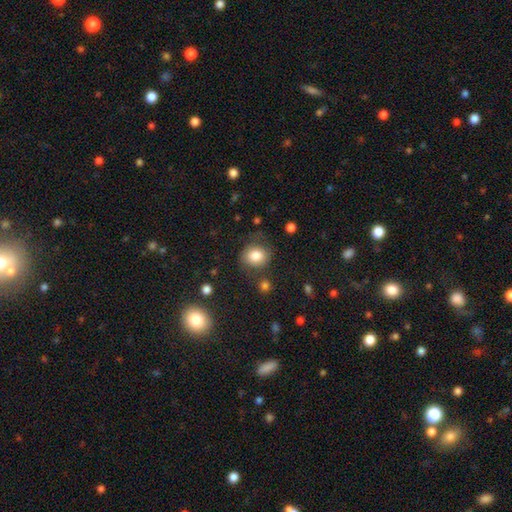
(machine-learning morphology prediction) Smooth or featured? smooth (81%)
How rounded? round (69%)
Merging? none (73%)